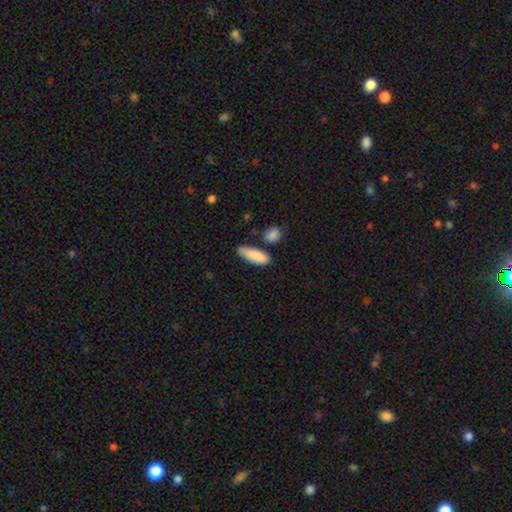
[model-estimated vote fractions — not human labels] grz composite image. It shows a smooth galaxy with no disk features (87%) that is in between round and cigar-shaped (59%). Merging: none (71%).